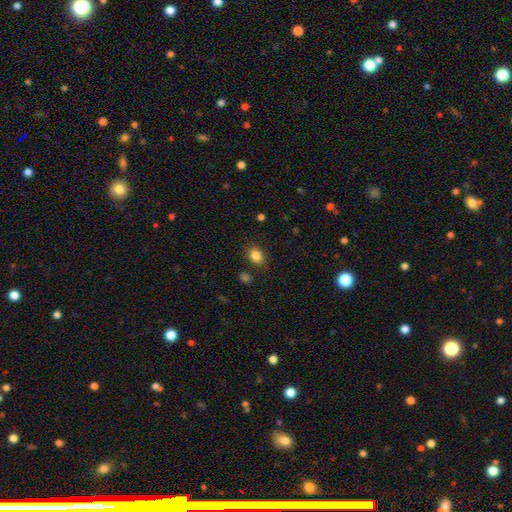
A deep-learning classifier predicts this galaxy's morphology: Smooth or featured? smooth (84%)
How rounded? in between (53%)
Merging? none (83%)